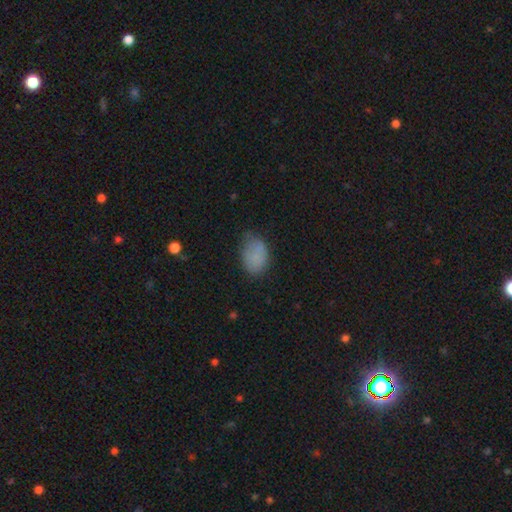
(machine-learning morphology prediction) This is clearly a smooth galaxy (81%). How rounded: clearly in between (82%). Merging: possibly none (57%).